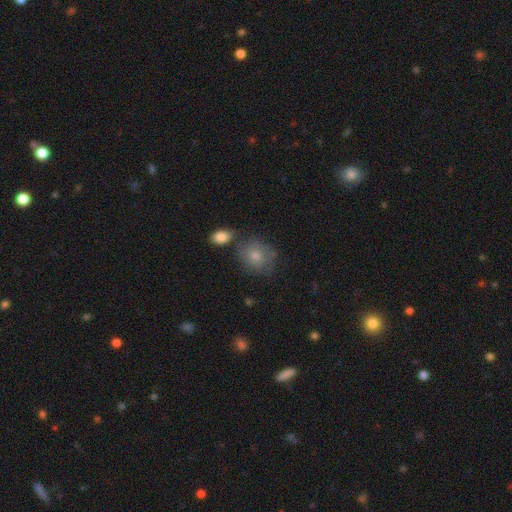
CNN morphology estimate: Smooth or featured? Predicted: smooth (p=0.71). How rounded? Predicted: round (p=0.70). Merging? Predicted: none (p=0.63).